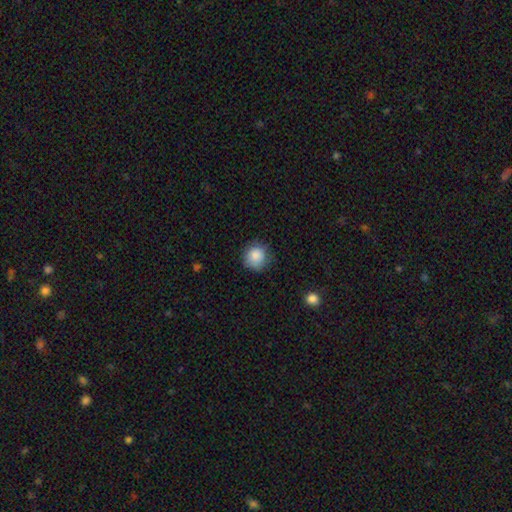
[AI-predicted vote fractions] A smooth galaxy with no disk features (87%) that is round (90%). Merging: none (76%).